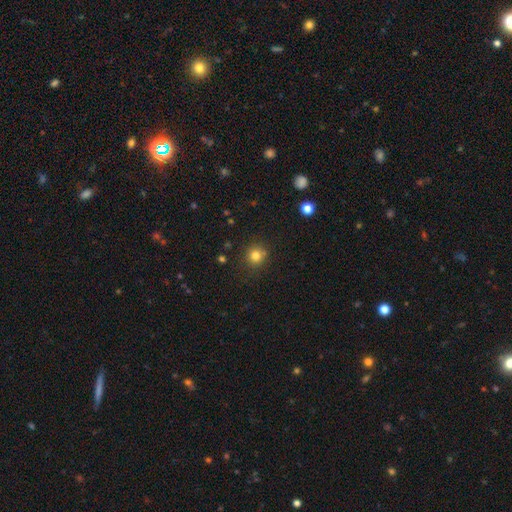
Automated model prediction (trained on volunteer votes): smooth_or_featured: smooth (p=0.80) [alt: star or artifact p=0.14]
how_rounded: round (p=0.91) [alt: in between p=0.08]
merging: none (p=0.84) [alt: minor disturbance p=0.10]